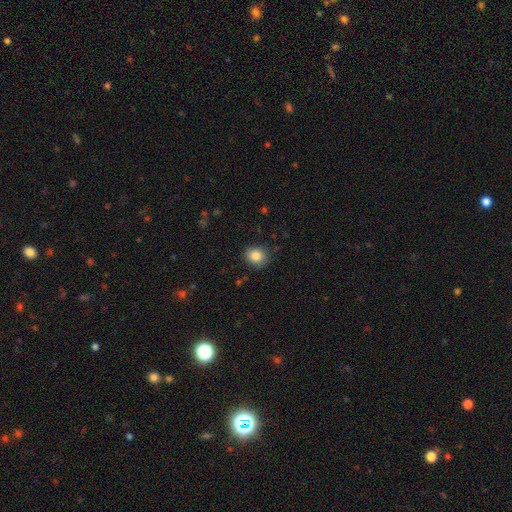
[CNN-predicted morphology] The model was most divided on "how rounded": round: 75%, in between: 24%, cigar-shaped: 1%. More confident: smooth or featured — smooth (86%); merging — none (80%).